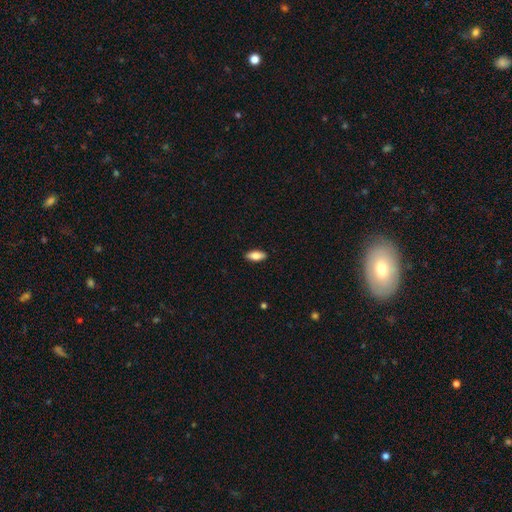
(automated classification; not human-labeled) Q: Smooth or featured?
A: smooth (78%); runner-up: featured or disk (16%)
Q: How rounded?
A: in between (81%); runner-up: cigar-shaped (16%)
Q: Merging?
A: none (90%); runner-up: minor disturbance (8%)